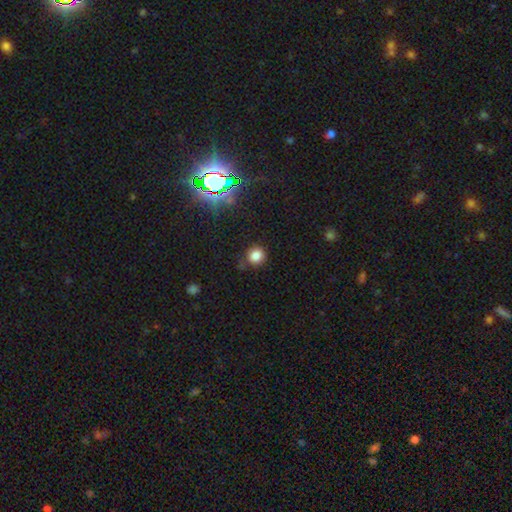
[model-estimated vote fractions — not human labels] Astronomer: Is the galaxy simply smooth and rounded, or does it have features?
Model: smooth — 80%.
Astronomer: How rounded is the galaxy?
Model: round — 88%.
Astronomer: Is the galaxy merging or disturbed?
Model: none — 81%.